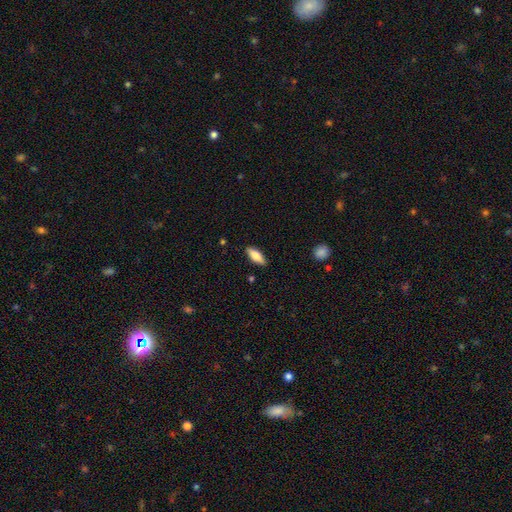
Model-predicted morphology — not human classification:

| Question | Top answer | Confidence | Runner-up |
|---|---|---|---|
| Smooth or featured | smooth | 74% | featured or disk (20%) |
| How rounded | in between | 73% | cigar-shaped (25%) |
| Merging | none | 88% | minor disturbance (9%) |